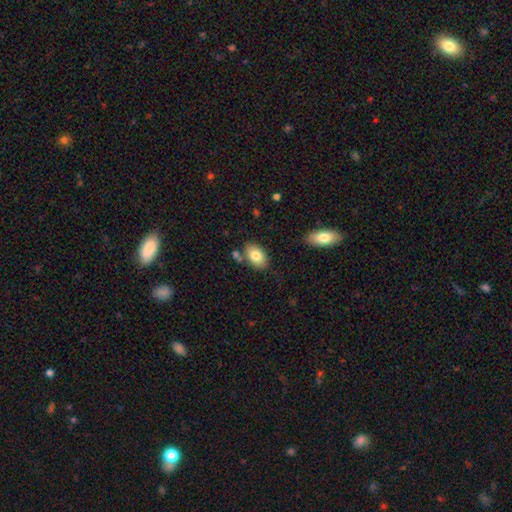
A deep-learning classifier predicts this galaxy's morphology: type=smooth (81%); roundness=in between (91%); merging=none (76%).